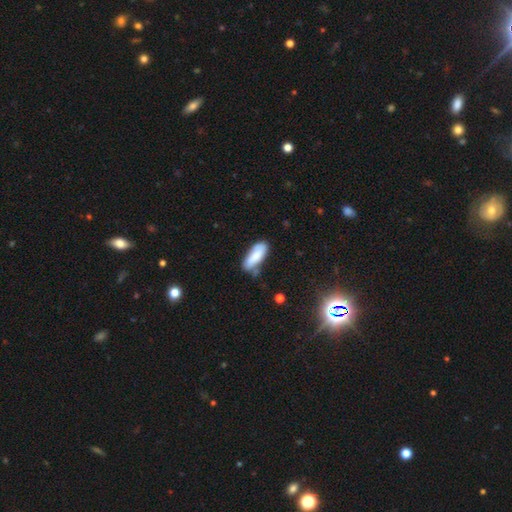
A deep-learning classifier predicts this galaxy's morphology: smooth_or_featured: smooth (p=0.80) [alt: featured or disk p=0.14]
how_rounded: in between (p=0.71) [alt: cigar-shaped p=0.27]
merging: none (p=0.58) [alt: minor disturbance p=0.29]